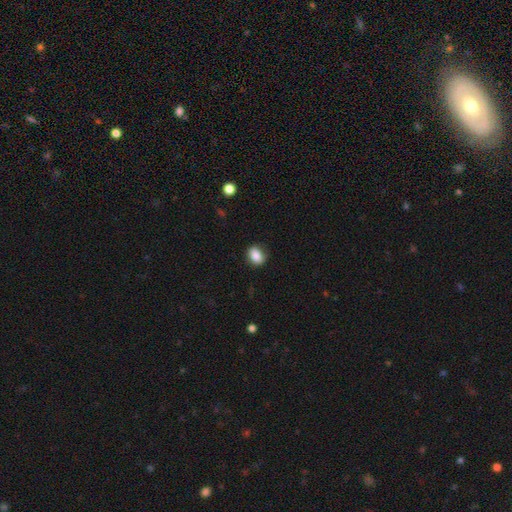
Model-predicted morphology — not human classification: smooth-or-featured: smooth: 85% | star or artifact: 8% | featured or disk: 7%
  how-rounded: in between: 65% | round: 34% | cigar-shaped: 2%
  merging: none: 84% | minor disturbance: 12% | major disturbance: 3% | merger: 1%